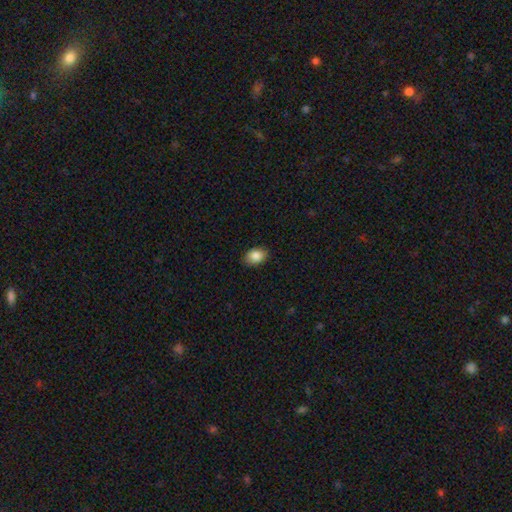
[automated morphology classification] smooth 86%, star or artifact 8%, featured or disk 6%. Down the decision tree: how rounded — in between (77%); merging — none (88%).